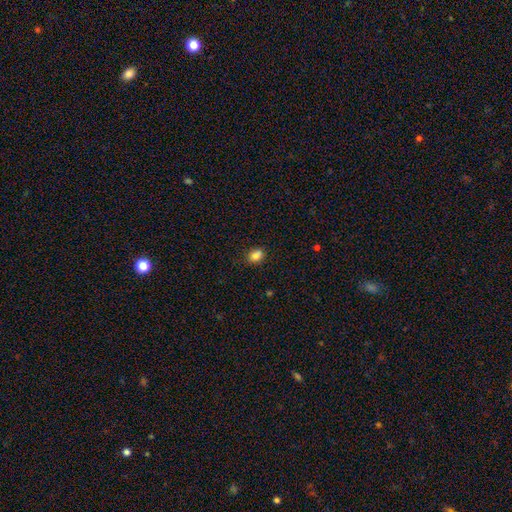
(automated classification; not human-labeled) Smooth or featured: smooth — 82% (star or artifact — 12%)
How rounded: in between — 55% (round — 44%)
Merging: none — 73% (minor disturbance — 16%)